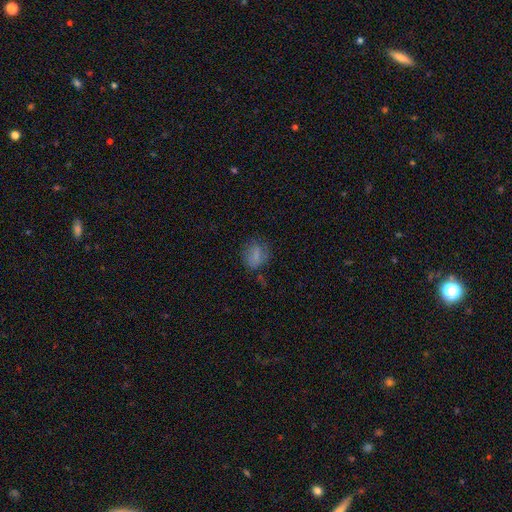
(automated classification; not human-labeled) A smooth galaxy with no disk features (73%) that is round (56%).

Vote fractions:
- Smooth or featured? smooth: 73% / featured or disk: 14% / star or artifact: 13%
- How rounded? round: 56% / in between: 42% / cigar-shaped: 2%
- Merging? none: 65% / minor disturbance: 22% / major disturbance: 10% / merger: 3%